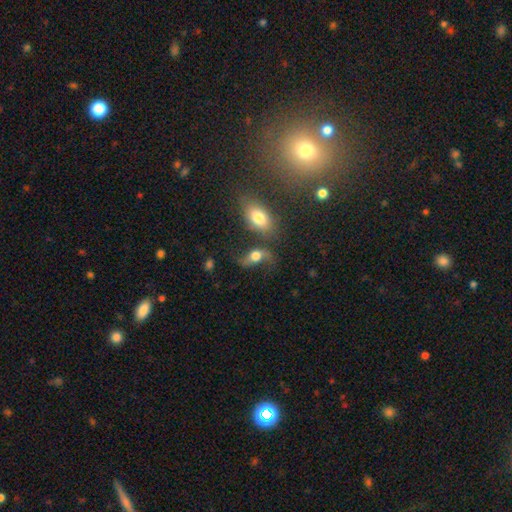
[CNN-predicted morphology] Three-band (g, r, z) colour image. It shows a featured or disk galaxy (50%). Merging: none (47%).